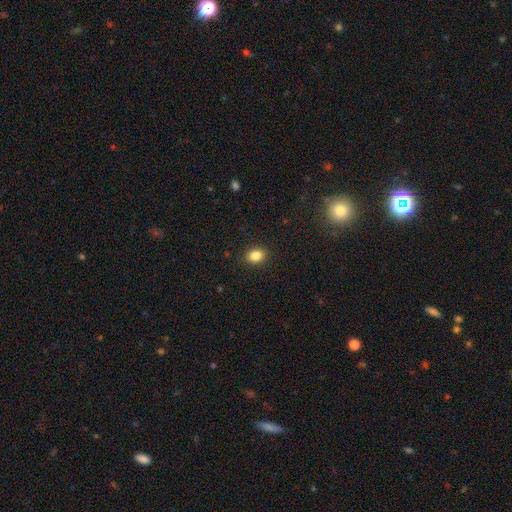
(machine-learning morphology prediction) smooth 85%, star or artifact 10%, featured or disk 5%. Down the decision tree: how rounded — in between (63%); merging — none (88%).